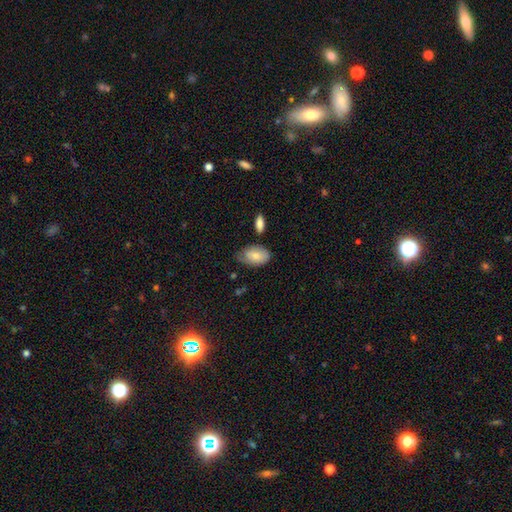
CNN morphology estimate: A smooth galaxy with no disk features (75%) that is in between round and cigar-shaped (91%). Merging: none (50%).